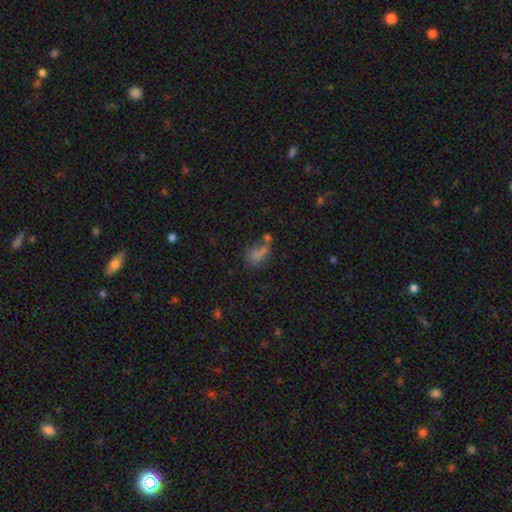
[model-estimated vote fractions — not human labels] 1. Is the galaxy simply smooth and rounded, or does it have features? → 64% smooth, 23% star or artifact, 13% featured or disk.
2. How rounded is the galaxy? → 68% in between, 24% round, 8% cigar-shaped.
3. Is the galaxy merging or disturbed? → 42% none, 26% merger, 18% minor disturbance, 14% major disturbance.